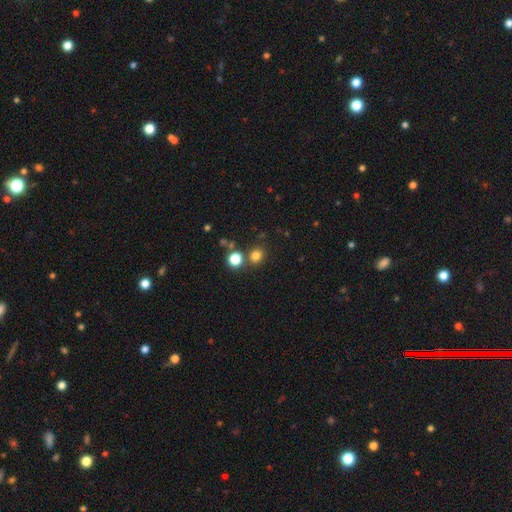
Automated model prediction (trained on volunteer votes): A smooth galaxy with no disk features (78%) that is round (81%). Merging: none (74%).